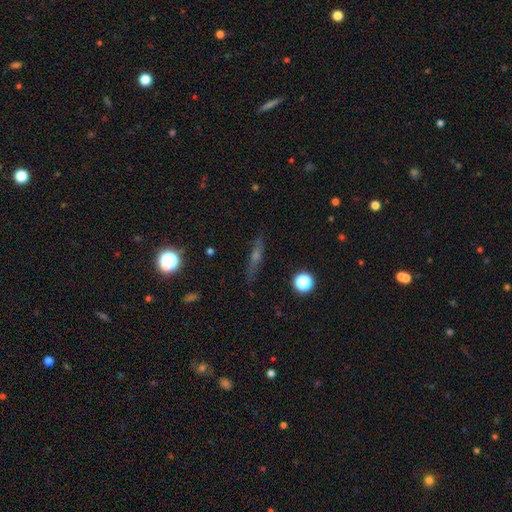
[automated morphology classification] Smooth or featured? Predicted: featured or disk (p=0.53). Edge-on disk? Predicted: yes (p=0.88). Merging? Predicted: none (p=0.85).